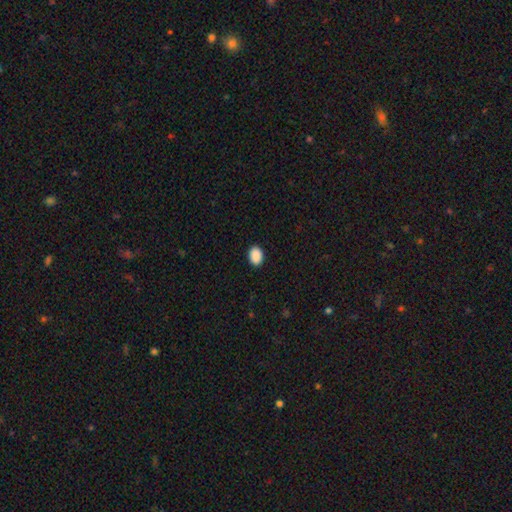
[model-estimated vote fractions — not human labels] smooth_or_featured: smooth (p=0.90) [alt: star or artifact p=0.07]
how_rounded: in between (p=0.74) [alt: round p=0.25]
merging: none (p=0.90) [alt: minor disturbance p=0.07]